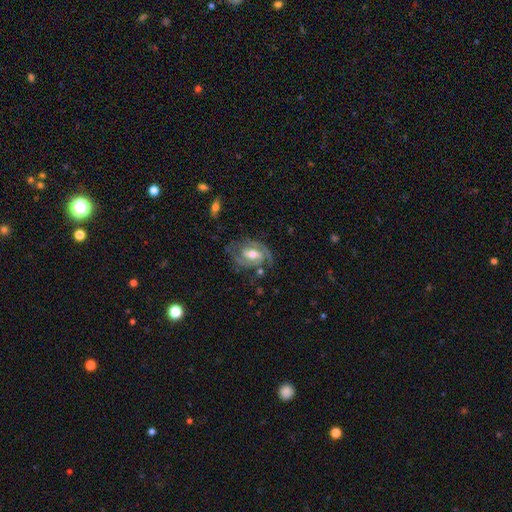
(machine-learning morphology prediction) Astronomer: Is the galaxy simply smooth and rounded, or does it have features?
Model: featured or disk — 88%.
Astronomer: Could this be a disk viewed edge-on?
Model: no — 97%.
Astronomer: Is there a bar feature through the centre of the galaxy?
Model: weak — 45% (runner-up: no, 34%).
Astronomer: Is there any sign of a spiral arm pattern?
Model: yes — 97%.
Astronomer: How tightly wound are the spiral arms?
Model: tight — 49% (runner-up: medium, 42%).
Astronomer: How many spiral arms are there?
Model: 2 — 74%.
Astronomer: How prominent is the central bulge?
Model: moderate — 72%.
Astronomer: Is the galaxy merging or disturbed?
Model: none — 70%.